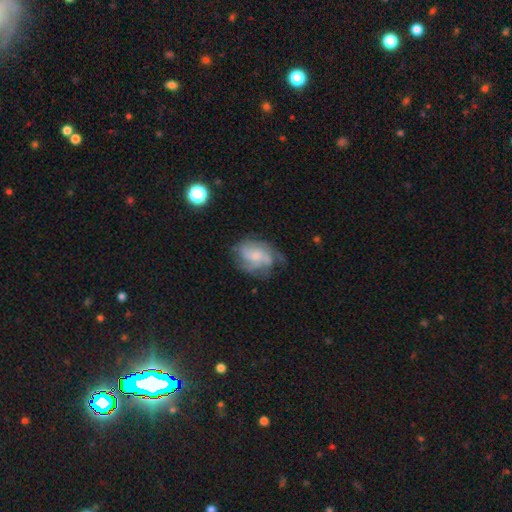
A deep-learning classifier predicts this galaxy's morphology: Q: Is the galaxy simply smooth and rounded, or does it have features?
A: featured or disk — 68%.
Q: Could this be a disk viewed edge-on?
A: no — 97%.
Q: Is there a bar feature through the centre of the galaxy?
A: no — 67%.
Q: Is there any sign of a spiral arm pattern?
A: yes — 87%.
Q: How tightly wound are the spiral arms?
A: medium — 44%.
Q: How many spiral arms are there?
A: can't tell — 33%.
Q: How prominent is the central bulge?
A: small — 43%.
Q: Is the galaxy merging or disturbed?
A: none — 55%.